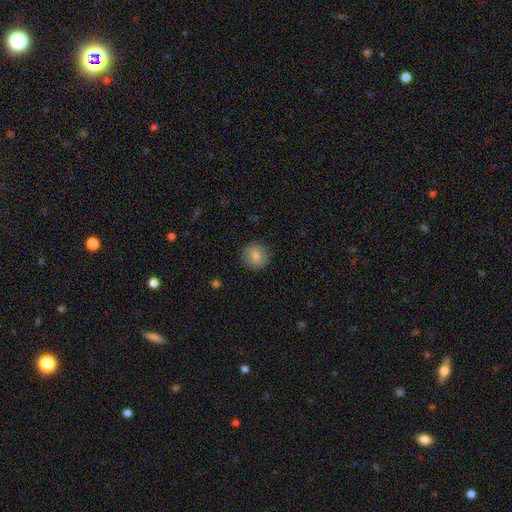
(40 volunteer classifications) A smooth galaxy with no disk features (75%) that is round (90%).

Vote fractions:
- Smooth or featured? smooth: 75% / featured or disk: 18% / star or artifact: 8%
- How rounded? round: 90% / in between: 10% / cigar-shaped: 0%
- Merging? none: 97% / minor disturbance: 3% / major disturbance: 0% / merger: 0%